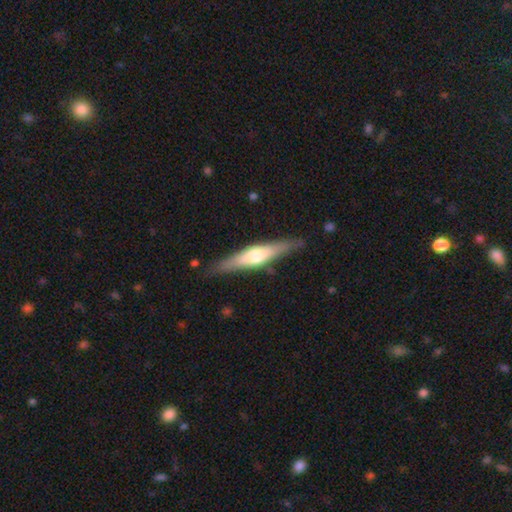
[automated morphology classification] Smooth or featured? Predicted: featured or disk (p=0.58). Edge-on disk? Predicted: yes (p=0.93). Edge-on bulge? Predicted: rounded (p=0.87). Merging? Predicted: none (p=0.84).